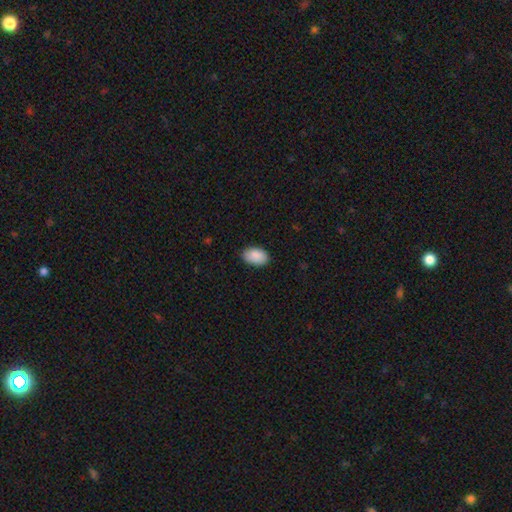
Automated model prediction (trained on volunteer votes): smooth 90%, star or artifact 6%, featured or disk 4%. Down the decision tree: how rounded — in between (92%); merging — none (86%).